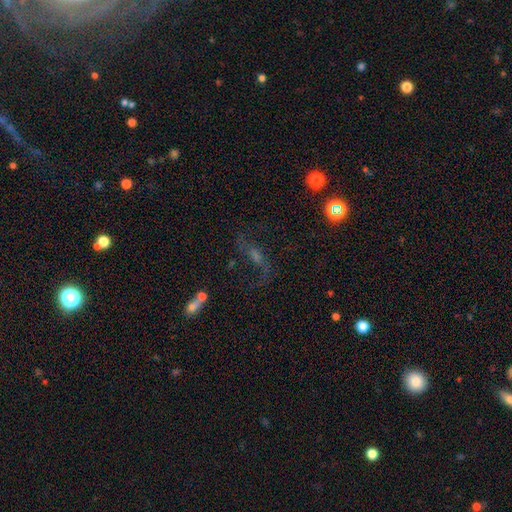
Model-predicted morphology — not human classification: Overall: featured or disk (57%; star or artifact 24%). Edge-on disk: no (85%). Merging: none (62%).